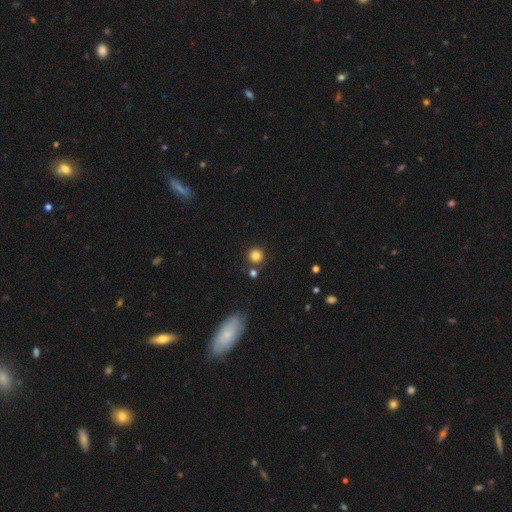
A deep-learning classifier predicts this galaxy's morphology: The model was most divided on "smooth or featured": smooth: 82%, star or artifact: 12%, featured or disk: 5%. More confident: how rounded — round (94%); merging — none (81%).